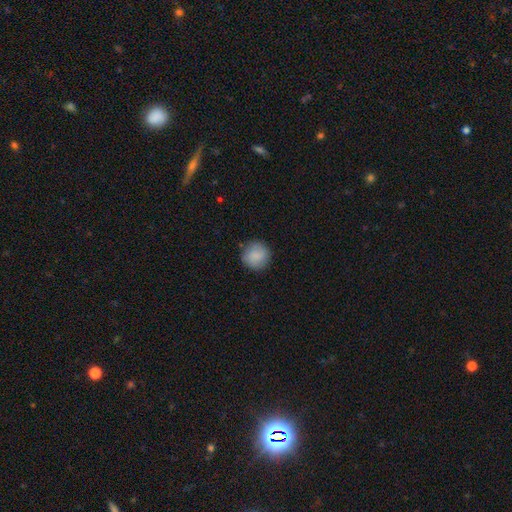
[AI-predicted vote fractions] smooth 86%, featured or disk 7%, star or artifact 7%. Down the decision tree: how rounded — round (94%); merging — none (87%).